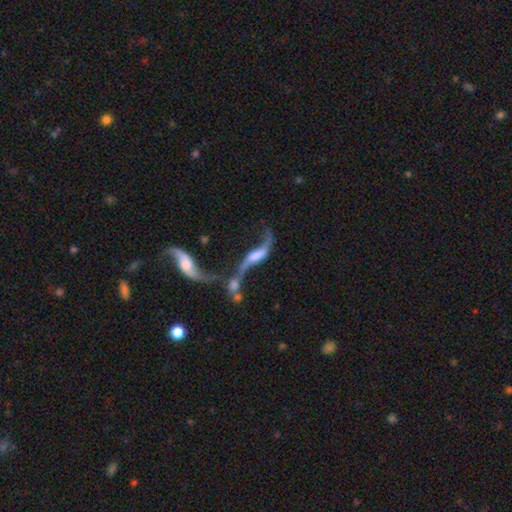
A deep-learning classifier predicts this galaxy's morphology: type=featured or disk (80%); edge-on=no (79%); bar=no (39%); spiral arms=yes (86%); winding=loose (92%); arm count=2 (87%); bulge=moderate (33%); merging=merger (59%).